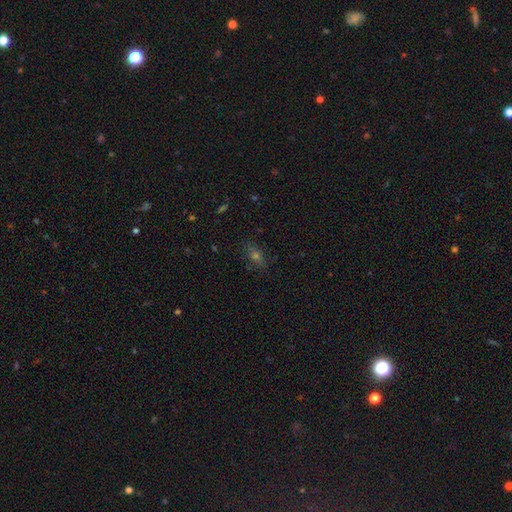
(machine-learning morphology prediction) This is possibly a smooth galaxy (47%). Merging: clearly none (84%).